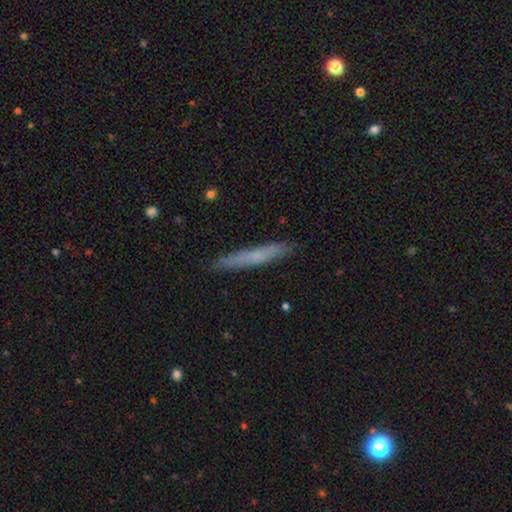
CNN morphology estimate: This is likely a smooth galaxy (61%). How rounded: clearly cigar-shaped (96%). Merging: clearly none (90%).